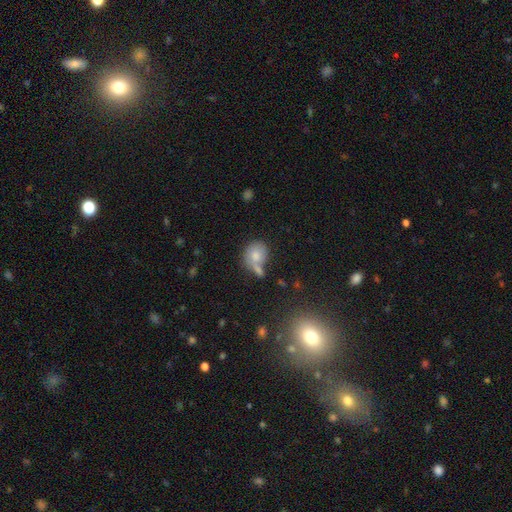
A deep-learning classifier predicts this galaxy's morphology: Q: Smooth or featured?
A: smooth (77%); runner-up: featured or disk (14%)
Q: How rounded?
A: round (62%); runner-up: in between (36%)
Q: Merging?
A: none (42%); runner-up: merger (31%)